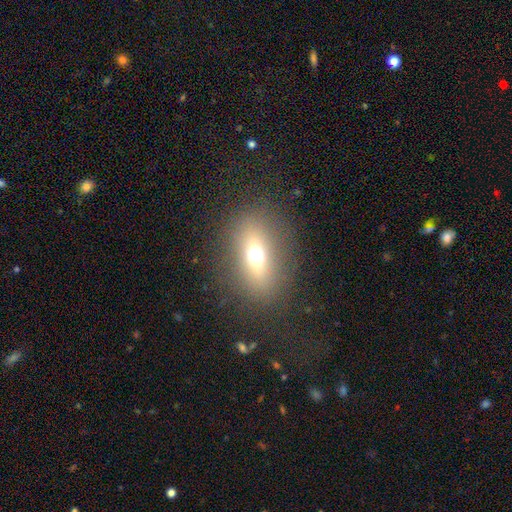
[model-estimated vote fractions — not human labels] Q: Smooth or featured?
A: smooth (54%); runner-up: featured or disk (26%)
Q: How rounded?
A: in between (58%); runner-up: round (33%)
Q: Merging?
A: none (83%); runner-up: minor disturbance (9%)